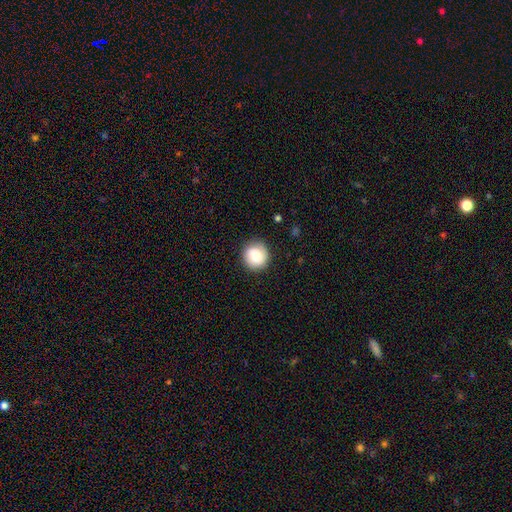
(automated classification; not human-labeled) Overall: smooth (79%). How rounded: round (92%). Merging: none (86%).